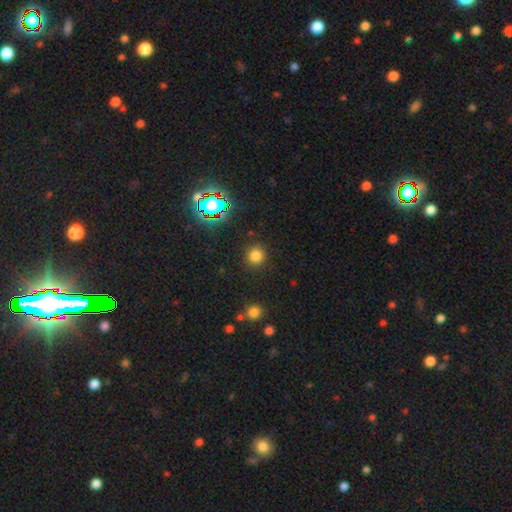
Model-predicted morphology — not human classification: Smooth or featured? Predicted: smooth (p=0.76). How rounded? Predicted: round (p=0.92). Merging? Predicted: none (p=0.89).